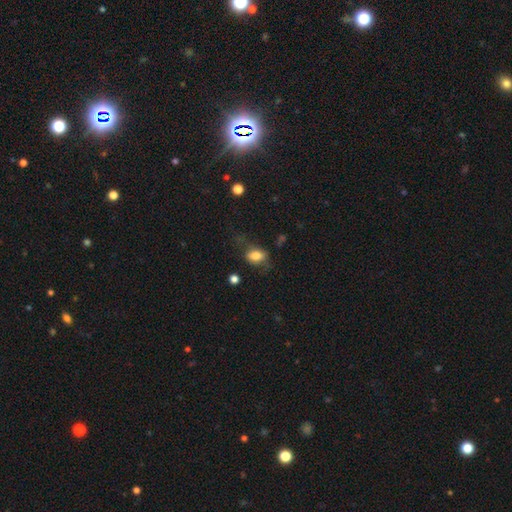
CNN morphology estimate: smooth 76%, featured or disk 15%, star or artifact 9%. Down the decision tree: how rounded — in between (78%); merging — none (51%).